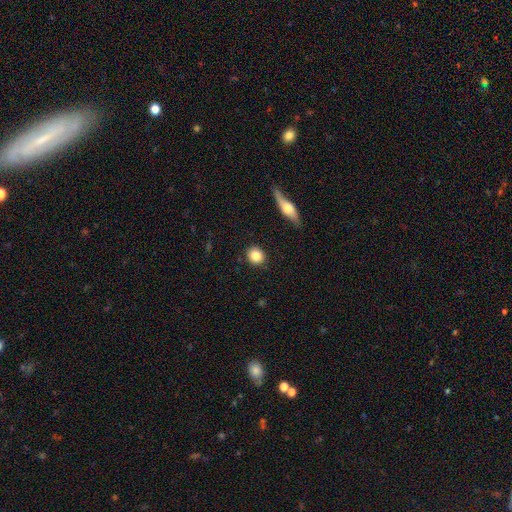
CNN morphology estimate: This appears to be a smooth galaxy with no disk features (84%) that is round (87%). Merging: none (91%).